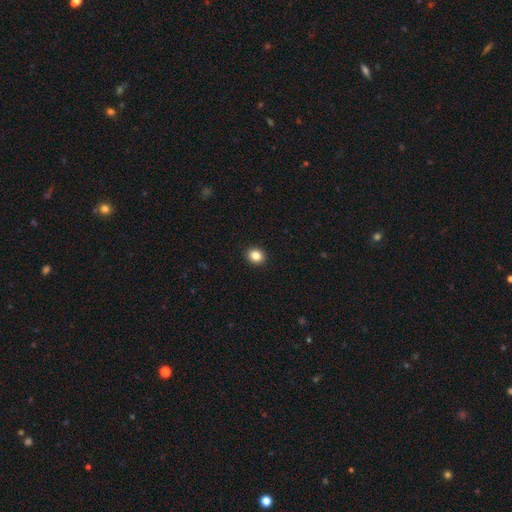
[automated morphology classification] Smooth or featured? Predicted: smooth (p=0.85). How rounded? Predicted: round (p=0.73). Merging? Predicted: none (p=0.92).